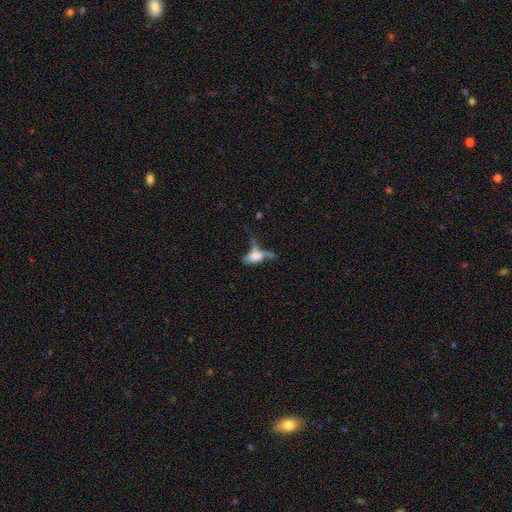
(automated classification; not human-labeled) This is possibly a smooth galaxy (55%). How rounded: likely in between (73%). Merging: marginally merger (34%).